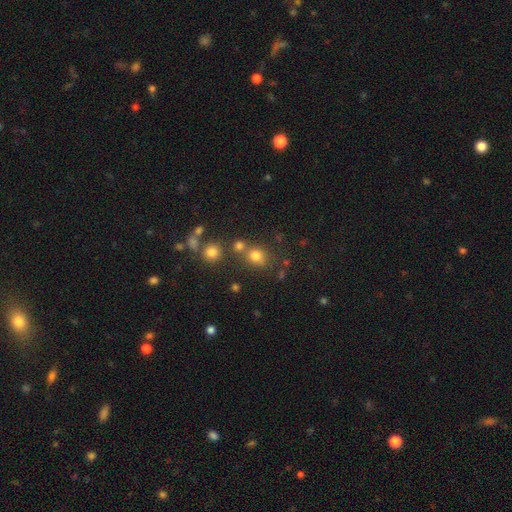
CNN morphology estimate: type=smooth (75%); roundness=round (73%); merging=none (63%).